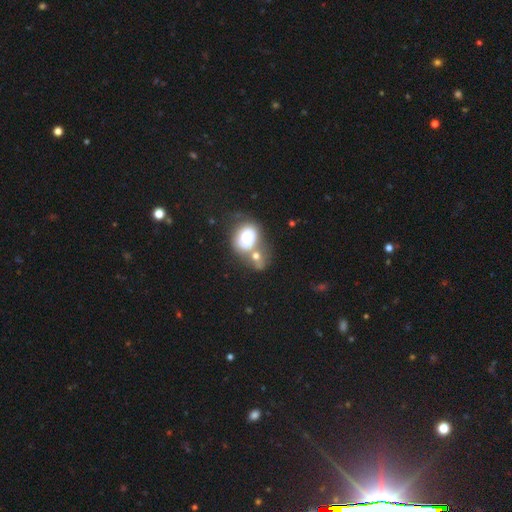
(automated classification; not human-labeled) smooth-or-featured: smooth: 59% | featured or disk: 27% | star or artifact: 14%
  how-rounded: in between: 55% | round: 43% | cigar-shaped: 2%
  merging: merger: 50% | none: 25% | minor disturbance: 13% | major disturbance: 12%